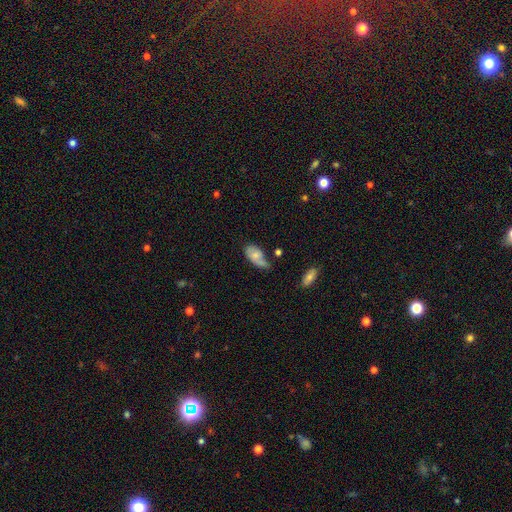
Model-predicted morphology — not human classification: smooth-or-featured: smooth: 59% | featured or disk: 33% | star or artifact: 7%
  how-rounded: in between: 91% | round: 5% | cigar-shaped: 5%
  merging: minor disturbance: 36% | none: 30% | major disturbance: 24% | merger: 10%